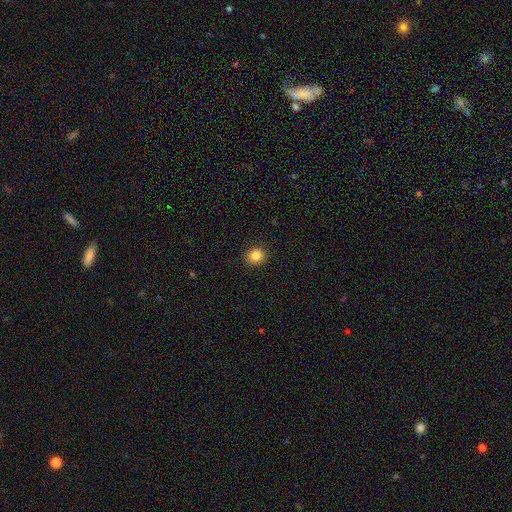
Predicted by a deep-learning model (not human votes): smooth_or_featured: smooth (p=0.85) [alt: star or artifact p=0.10]
how_rounded: round (p=0.76) [alt: in between p=0.23]
merging: none (p=0.91) [alt: minor disturbance p=0.06]